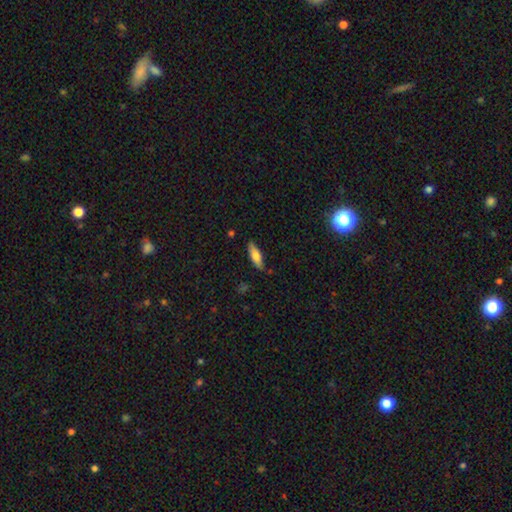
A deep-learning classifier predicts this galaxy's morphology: Q: Smooth or featured?
A: smooth (68%); runner-up: featured or disk (26%)
Q: How rounded?
A: in between (51%); runner-up: cigar-shaped (46%)
Q: Merging?
A: none (85%); runner-up: minor disturbance (12%)